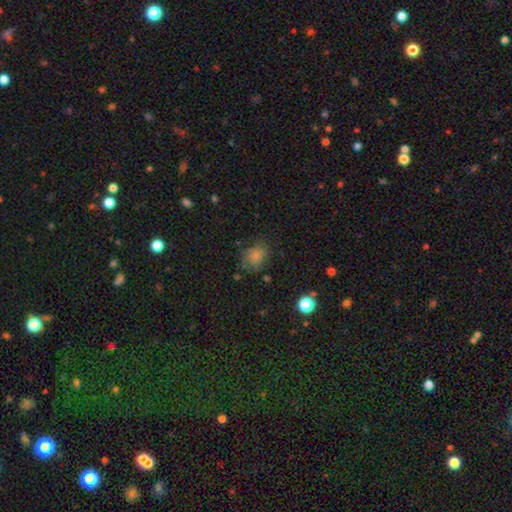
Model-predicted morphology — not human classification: smooth_or_featured: smooth (p=0.75) [alt: star or artifact p=0.13]
how_rounded: in between (p=0.50) [alt: round p=0.49]
merging: none (p=0.64) [alt: minor disturbance p=0.24]